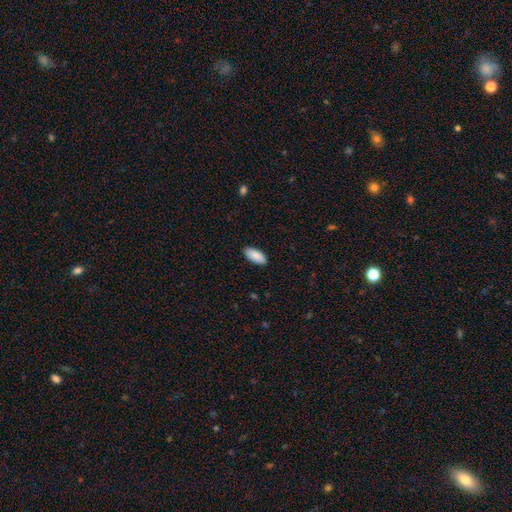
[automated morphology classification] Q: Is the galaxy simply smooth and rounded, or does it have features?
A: smooth — 90%.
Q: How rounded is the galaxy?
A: in between — 90%.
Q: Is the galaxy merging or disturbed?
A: none — 89%.